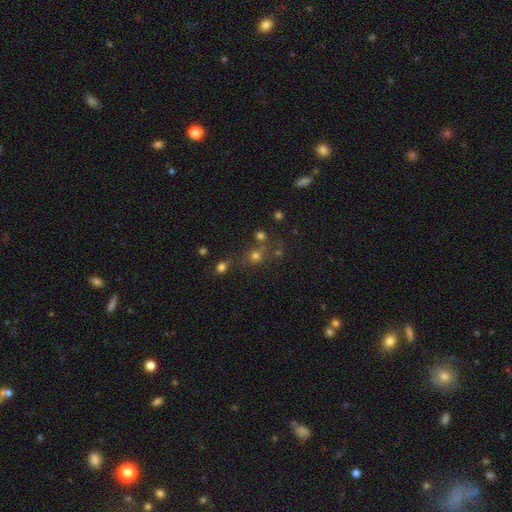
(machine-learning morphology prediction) The model was most divided on "smooth or featured": smooth: 64%, star or artifact: 26%, featured or disk: 11%. More confident: how rounded — round (85%); merging — none (61%).